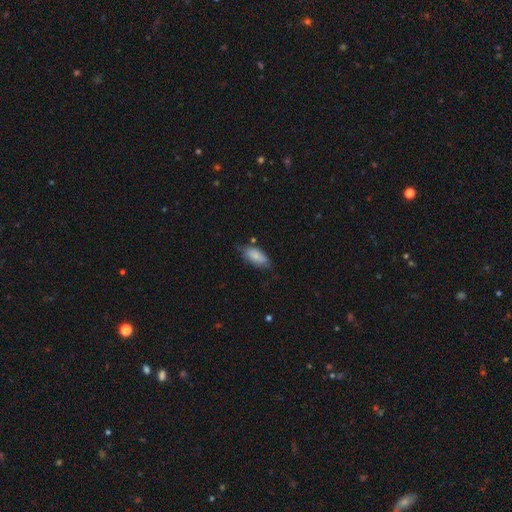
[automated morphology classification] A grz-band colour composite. It shows a smooth galaxy with no disk features (80%) that is in between round and cigar-shaped (90%). Merging: none (65%).